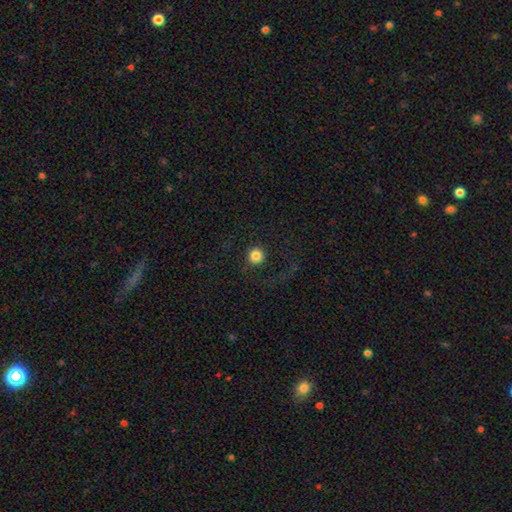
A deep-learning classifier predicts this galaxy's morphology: Smooth or featured: smooth — 82% (star or artifact — 11%)
How rounded: round — 95% (in between — 4%)
Merging: none — 86% (minor disturbance — 7%)